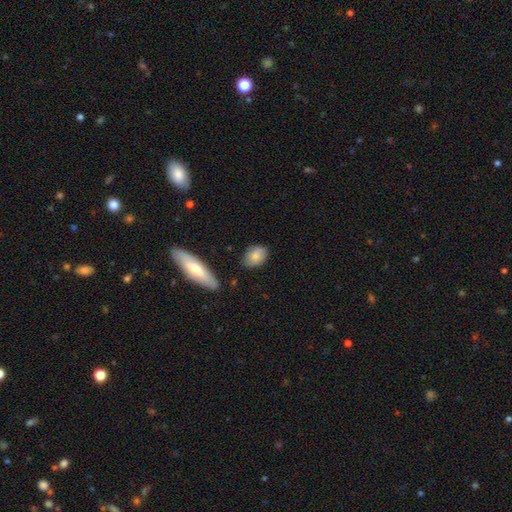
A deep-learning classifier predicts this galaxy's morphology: Smooth or featured?
  - smooth: 79% *
  - featured or disk: 14%
  - star or artifact: 7%
How rounded?
  - in between: 76% *
  - round: 21%
  - cigar-shaped: 3%
Merging?
  - none: 74% *
  - minor disturbance: 19%
  - major disturbance: 4%
  - merger: 3%